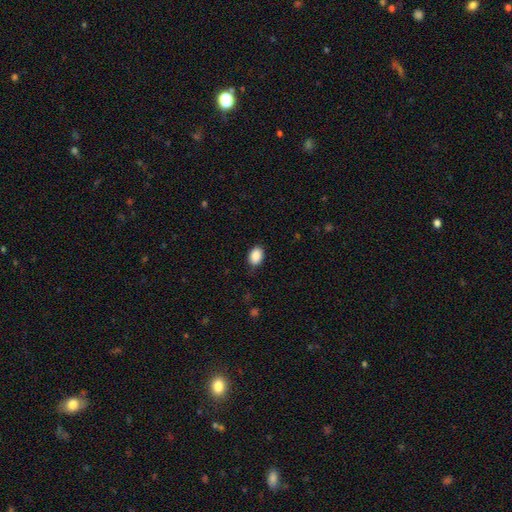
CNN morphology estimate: This is clearly a smooth galaxy (90%). How rounded: clearly in between (81%). Merging: clearly none (82%).